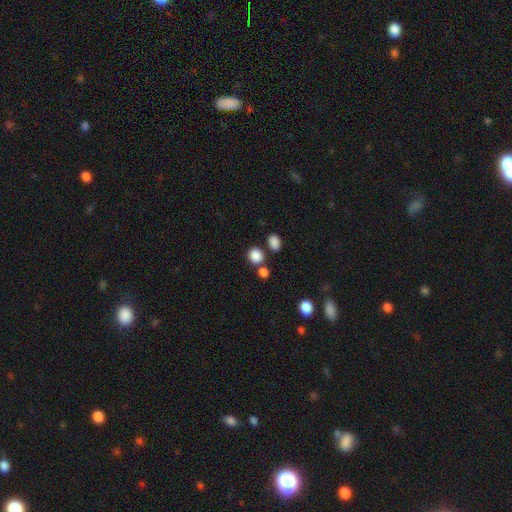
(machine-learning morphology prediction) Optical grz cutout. It shows a smooth galaxy with no disk features (85%) that is round (76%). Merging: none (68%).